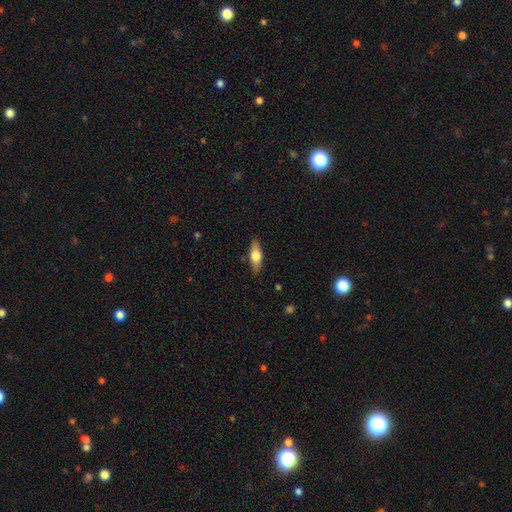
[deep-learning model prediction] Smooth or featured?
  - smooth: 60% *
  - featured or disk: 34%
  - star or artifact: 6%
How rounded?
  - in between: 64% *
  - cigar-shaped: 33%
  - round: 3%
Merging?
  - none: 86% *
  - minor disturbance: 11%
  - major disturbance: 2%
  - merger: 1%